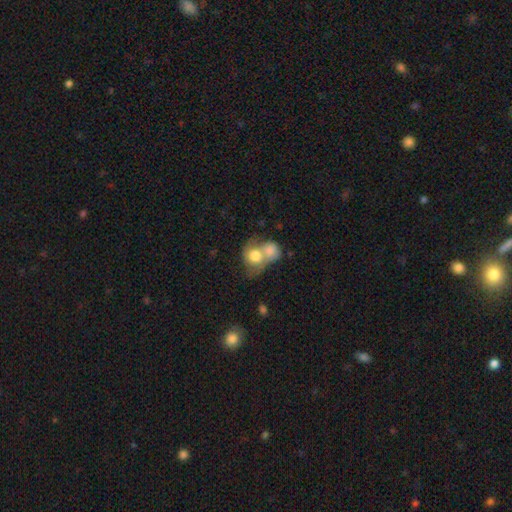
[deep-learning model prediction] smooth-or-featured: smooth: 70% | featured or disk: 22% | star or artifact: 7%
  how-rounded: round: 63% | in between: 36% | cigar-shaped: 1%
  merging: merger: 74% | none: 14% | minor disturbance: 7% | major disturbance: 6%